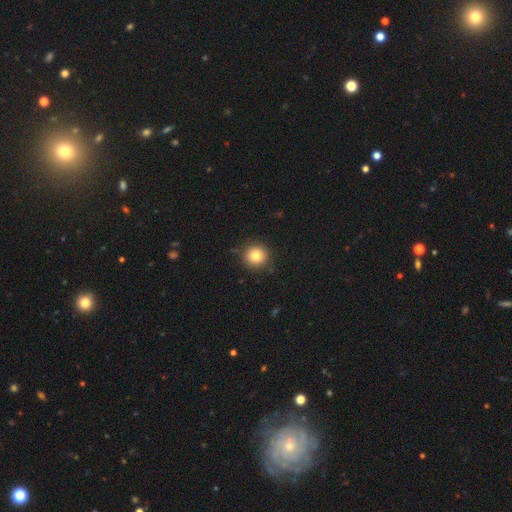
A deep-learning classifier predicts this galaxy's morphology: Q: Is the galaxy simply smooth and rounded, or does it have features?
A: smooth — 82%.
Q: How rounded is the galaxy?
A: round — 94%.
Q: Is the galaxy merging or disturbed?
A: none — 88%.